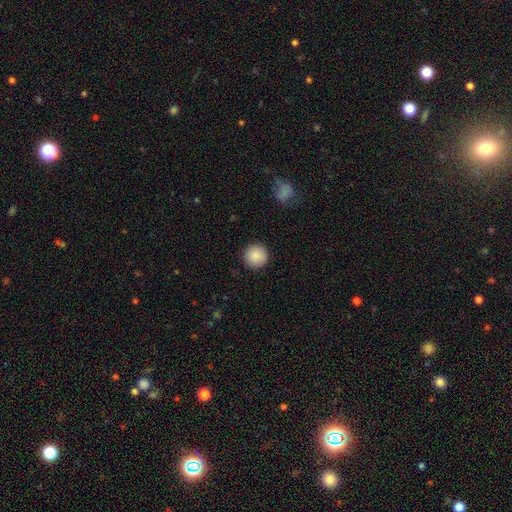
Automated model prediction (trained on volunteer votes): Q: Smooth or featured?
A: smooth (89%); runner-up: star or artifact (7%)
Q: How rounded?
A: round (95%); runner-up: in between (4%)
Q: Merging?
A: none (92%); runner-up: minor disturbance (6%)